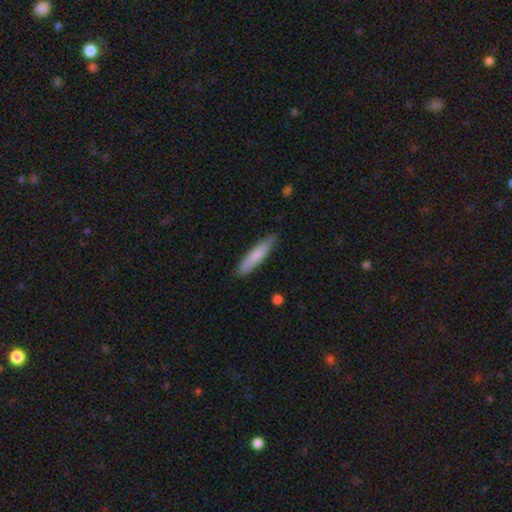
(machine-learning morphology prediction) A smooth galaxy with no disk features (78%) that is cigar-shaped (88%).

Vote fractions:
- Smooth or featured? smooth: 78% / featured or disk: 17% / star or artifact: 5%
- How rounded? cigar-shaped: 88% / in between: 11% / round: 1%
- Merging? none: 85% / minor disturbance: 12% / major disturbance: 2% / merger: 1%